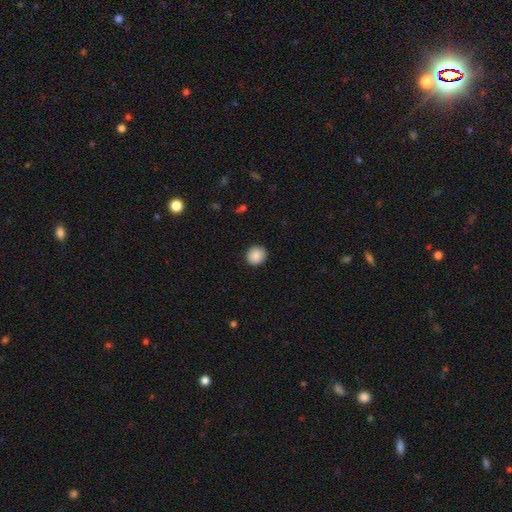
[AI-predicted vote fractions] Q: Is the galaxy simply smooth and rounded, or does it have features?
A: smooth — 89%.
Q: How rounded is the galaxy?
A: round — 90%.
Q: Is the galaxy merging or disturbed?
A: none — 91%.